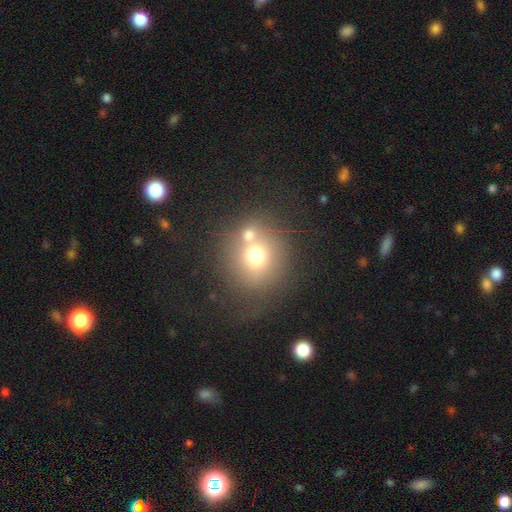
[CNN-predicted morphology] Smooth or featured? smooth (67%)
How rounded? round (88%)
Merging? none (53%)